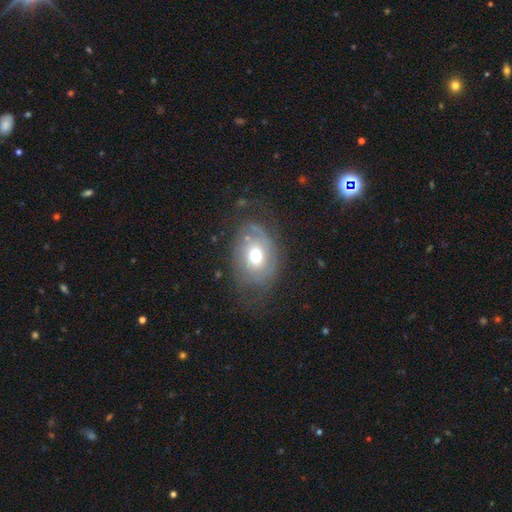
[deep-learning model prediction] Overall: featured or disk (47%; smooth 44%). Merging: none (57%; minor disturbance 23%).